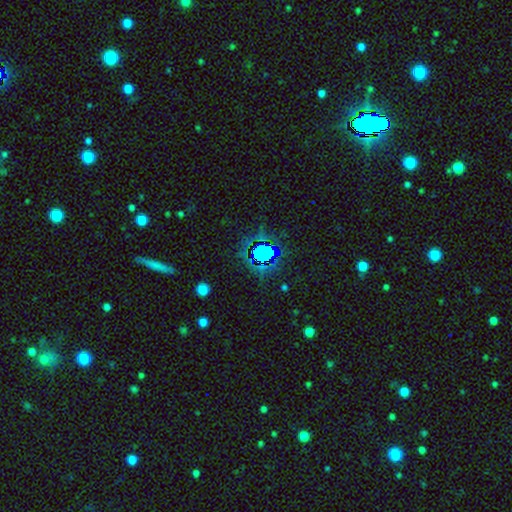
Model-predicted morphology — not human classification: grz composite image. It shows a star or artifact, not a galaxy (65%).